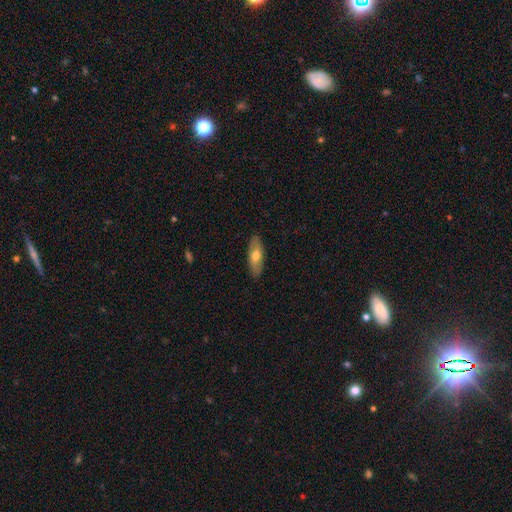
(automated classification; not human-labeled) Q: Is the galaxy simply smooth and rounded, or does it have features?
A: smooth — 61%.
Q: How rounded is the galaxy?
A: in between — 70%.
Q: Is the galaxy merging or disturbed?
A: none — 88%.